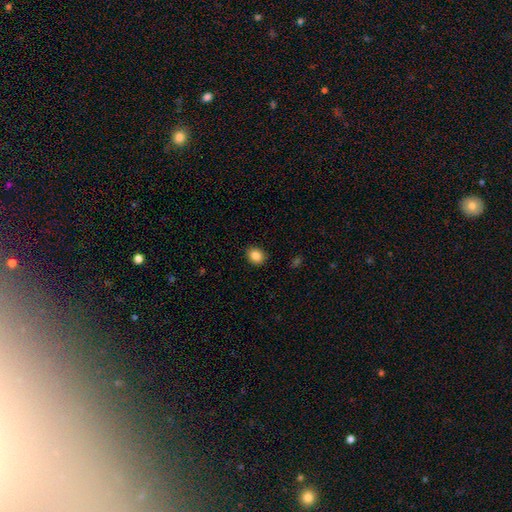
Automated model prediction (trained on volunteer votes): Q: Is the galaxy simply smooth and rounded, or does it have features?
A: smooth — 86%.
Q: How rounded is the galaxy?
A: round — 58%.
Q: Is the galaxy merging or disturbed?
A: none — 90%.